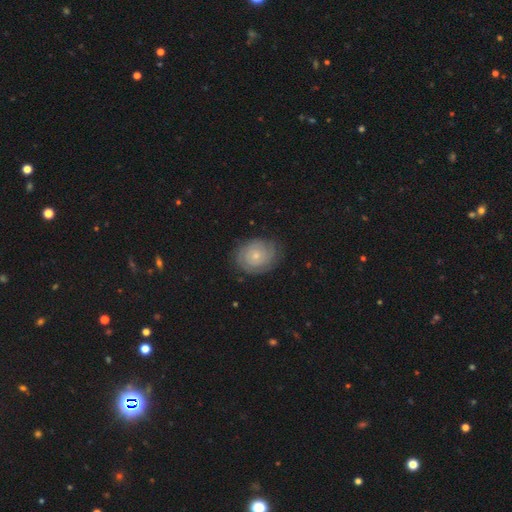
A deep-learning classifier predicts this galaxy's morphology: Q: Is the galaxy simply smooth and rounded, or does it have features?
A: featured or disk — 66%.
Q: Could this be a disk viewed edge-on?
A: no — 97%.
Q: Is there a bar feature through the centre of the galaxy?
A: no — 84%.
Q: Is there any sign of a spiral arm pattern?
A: yes — 89%.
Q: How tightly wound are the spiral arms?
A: tight — 80%.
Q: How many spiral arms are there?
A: can't tell — 41%.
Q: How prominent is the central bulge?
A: small — 75%.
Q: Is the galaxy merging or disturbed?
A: none — 79%.